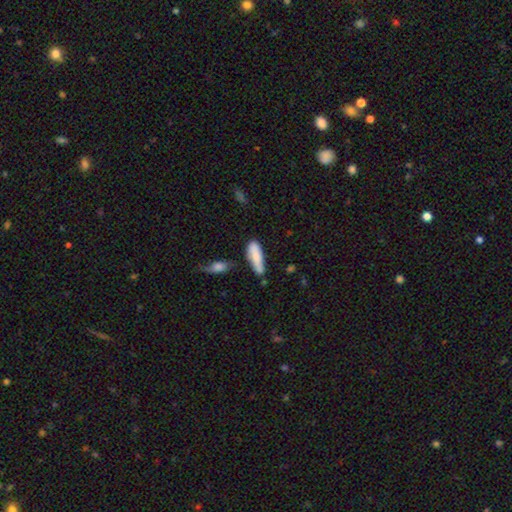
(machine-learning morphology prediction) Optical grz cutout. It shows a smooth galaxy with no disk features (79%) that is in between round and cigar-shaped (51%). Merging: none (47%).